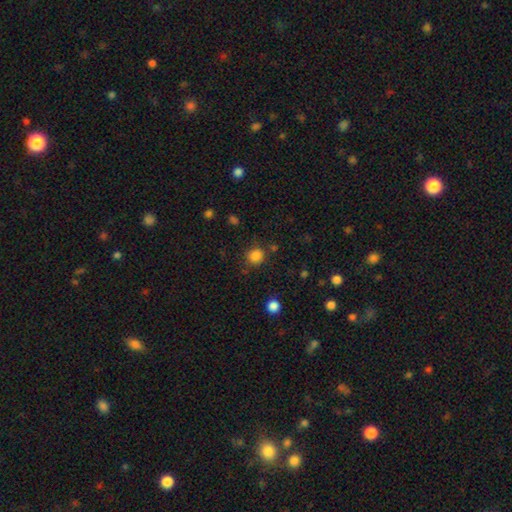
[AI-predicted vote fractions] Q: Smooth or featured?
A: smooth (84%); runner-up: star or artifact (12%)
Q: How rounded?
A: round (87%); runner-up: in between (12%)
Q: Merging?
A: none (81%); runner-up: minor disturbance (11%)